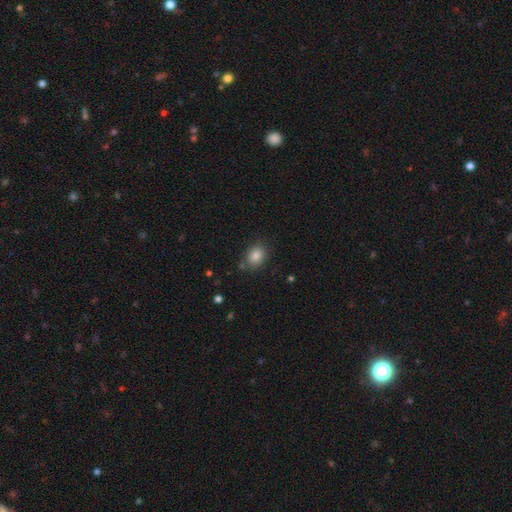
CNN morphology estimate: Smooth or featured? Predicted: smooth (p=0.84). How rounded? Predicted: in between (p=0.56). Merging? Predicted: none (p=0.82).